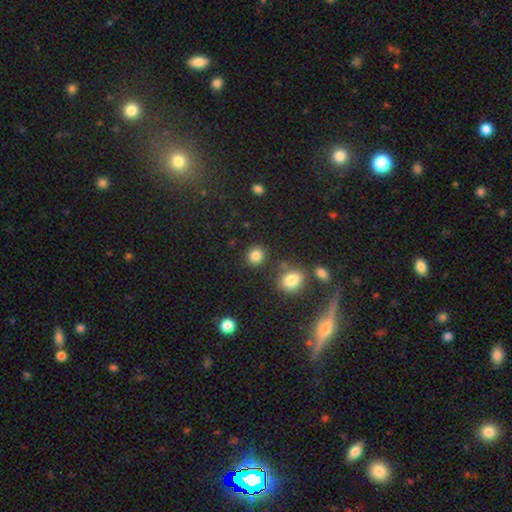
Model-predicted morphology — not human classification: Q: Smooth or featured?
A: smooth (84%); runner-up: star or artifact (11%)
Q: How rounded?
A: round (82%); runner-up: in between (17%)
Q: Merging?
A: none (85%); runner-up: minor disturbance (8%)